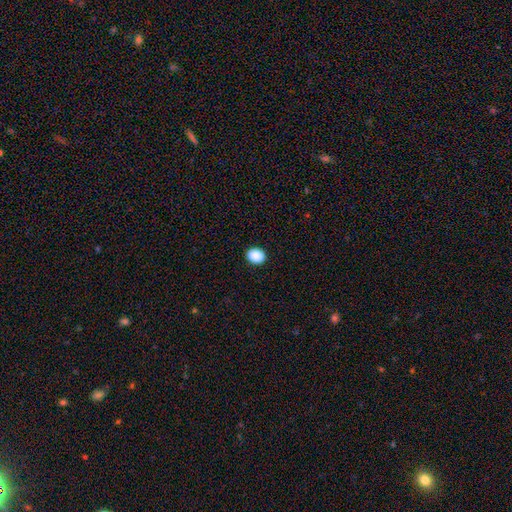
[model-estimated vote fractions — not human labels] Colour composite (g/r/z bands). It shows a smooth galaxy with no disk features (90%) that is in between round and cigar-shaped (52%). Merging: none (91%).